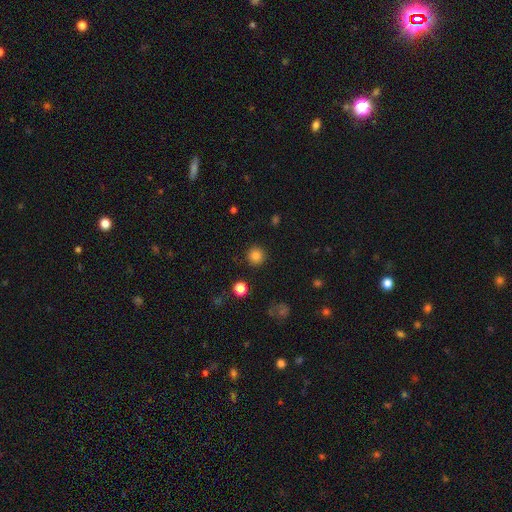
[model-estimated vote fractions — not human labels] Smooth or featured: smooth — 83% (star or artifact — 12%)
How rounded: round — 95% (in between — 4%)
Merging: none — 91% (minor disturbance — 5%)